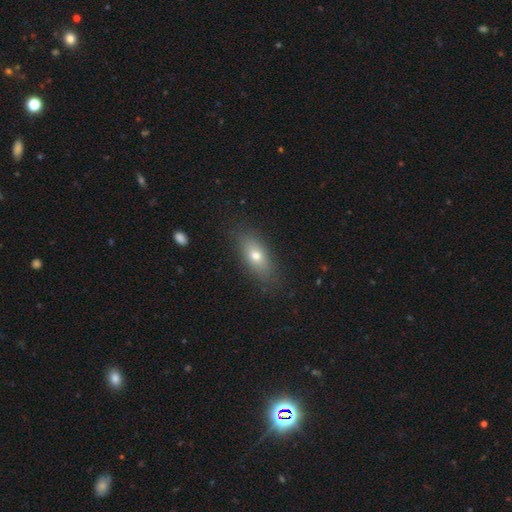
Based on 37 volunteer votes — Smooth or featured?
  - smooth: 81% *
  - featured or disk: 19%
  - star or artifact: 0%
How rounded?
  - in between: 63% *
  - cigar-shaped: 27%
  - round: 10%
Merging?
  - none: 78% *
  - minor disturbance: 16%
  - major disturbance: 5%
  - merger: 0%